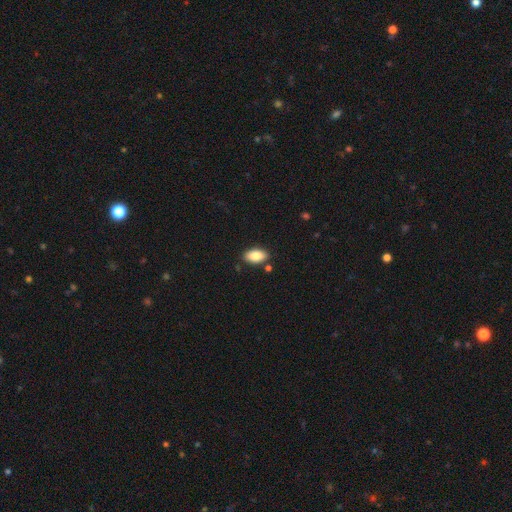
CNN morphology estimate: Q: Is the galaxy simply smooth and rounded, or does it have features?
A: smooth — 84%.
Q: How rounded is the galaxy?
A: in between — 94%.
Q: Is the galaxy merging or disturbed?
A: none — 85%.